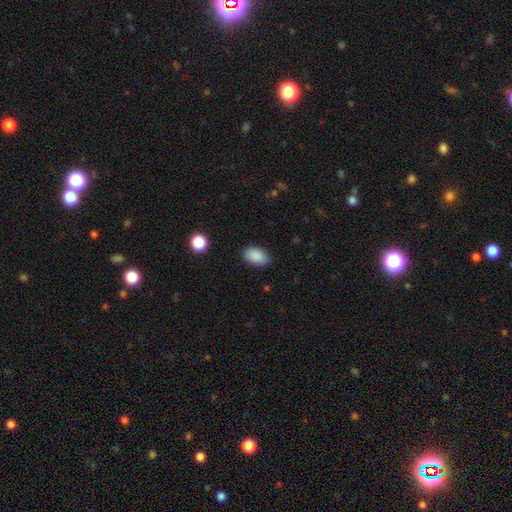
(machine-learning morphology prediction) smooth-or-featured: smooth: 89% | star or artifact: 8% | featured or disk: 3%
  how-rounded: in between: 91% | round: 8% | cigar-shaped: 1%
  merging: none: 85% | minor disturbance: 11% | major disturbance: 2% | merger: 1%